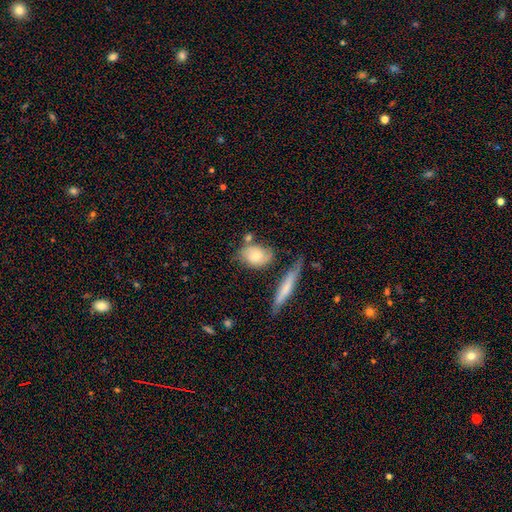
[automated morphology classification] This is possibly a smooth galaxy (58%). How rounded: likely in between (64%). Merging: possibly none (51%).